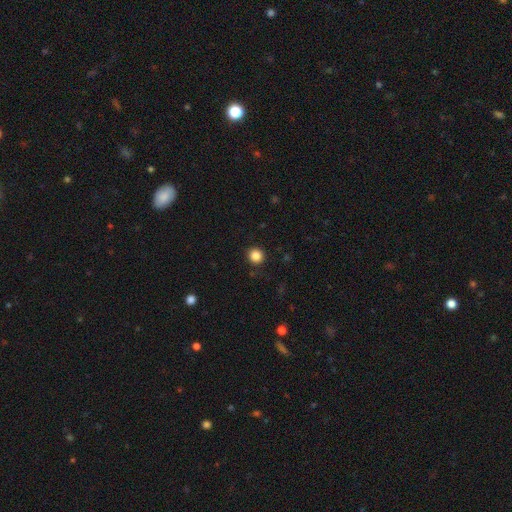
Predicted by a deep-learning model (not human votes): Overall: smooth (85%). How rounded: round (93%). Merging: none (91%).